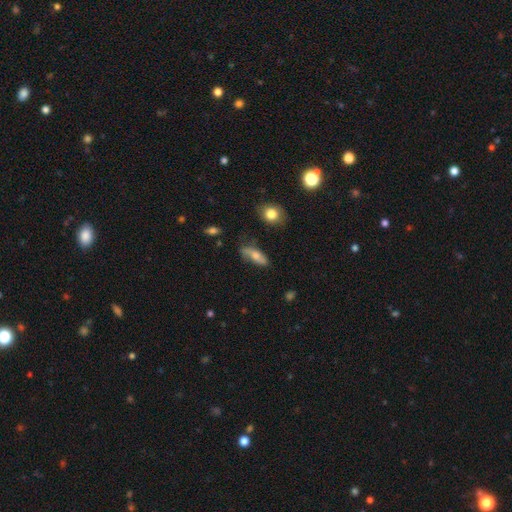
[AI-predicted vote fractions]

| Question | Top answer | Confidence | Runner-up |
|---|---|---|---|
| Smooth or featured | smooth | 59% | featured or disk (33%) |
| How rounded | in between | 57% | cigar-shaped (40%) |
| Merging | none | 62% | minor disturbance (26%) |